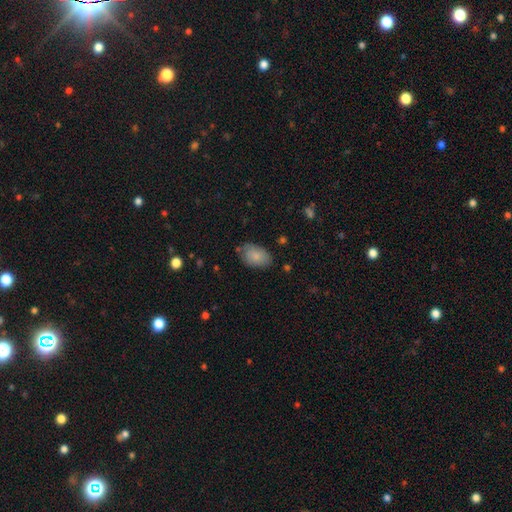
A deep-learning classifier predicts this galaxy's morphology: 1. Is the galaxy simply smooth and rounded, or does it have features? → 83% smooth, 10% featured or disk, 6% star or artifact.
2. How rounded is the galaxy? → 90% in between, 9% round, 1% cigar-shaped.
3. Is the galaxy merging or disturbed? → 71% none, 22% minor disturbance, 5% major disturbance, 2% merger.